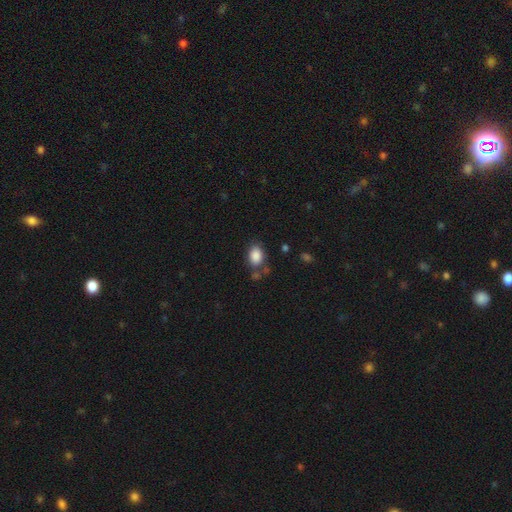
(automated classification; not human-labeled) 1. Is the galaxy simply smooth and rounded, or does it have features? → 86% smooth, 8% star or artifact, 5% featured or disk.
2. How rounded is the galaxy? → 81% in between, 18% round, 1% cigar-shaped.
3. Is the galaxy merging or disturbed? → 66% none, 18% minor disturbance, 10% merger, 7% major disturbance.